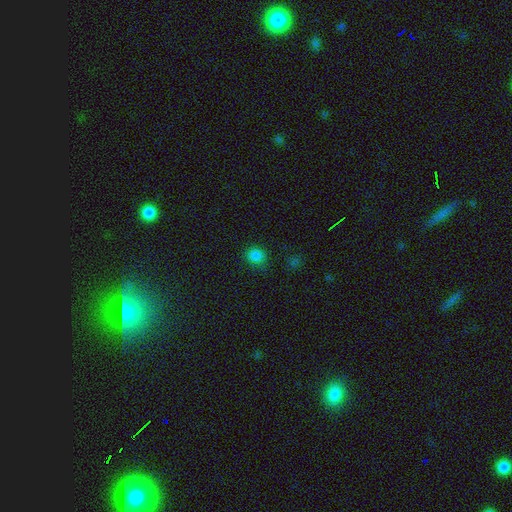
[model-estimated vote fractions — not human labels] Smooth or featured?
  - smooth: 81% *
  - star or artifact: 15%
  - featured or disk: 3%
How rounded?
  - round: 84% *
  - in between: 16%
  - cigar-shaped: 1%
Merging?
  - none: 84% *
  - minor disturbance: 11%
  - major disturbance: 3%
  - merger: 2%